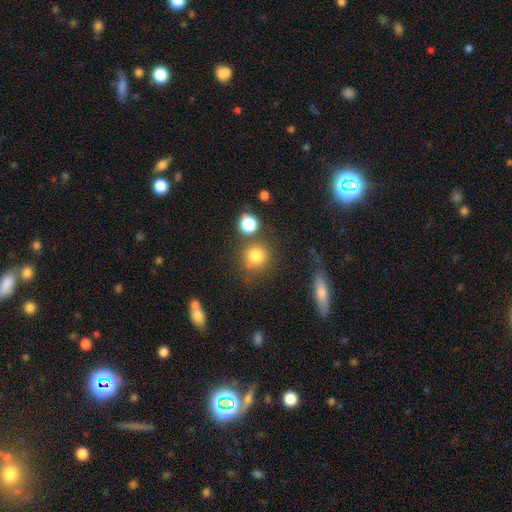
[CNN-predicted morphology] smooth-or-featured: smooth: 79% | star or artifact: 13% | featured or disk: 8%
  how-rounded: round: 88% | in between: 10% | cigar-shaped: 1%
  merging: none: 71% | merger: 12% | minor disturbance: 12% | major disturbance: 5%